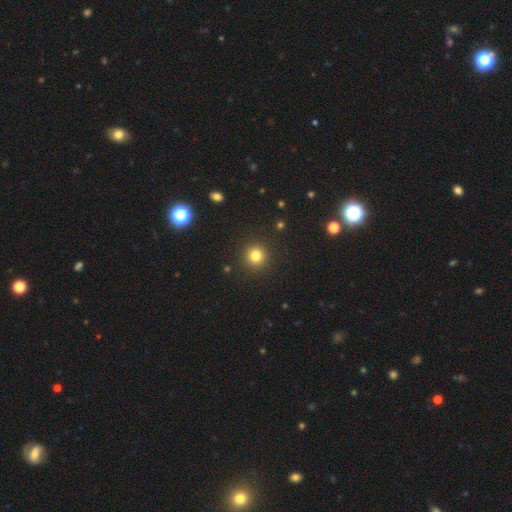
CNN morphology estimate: type=smooth (80%); roundness=round (94%); merging=none (92%).